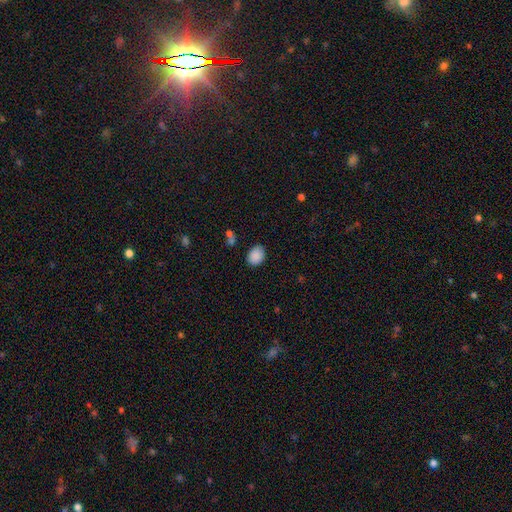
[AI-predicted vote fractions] Morphology: type=smooth (88%); roundness=in between (68%); merging=none (85%).